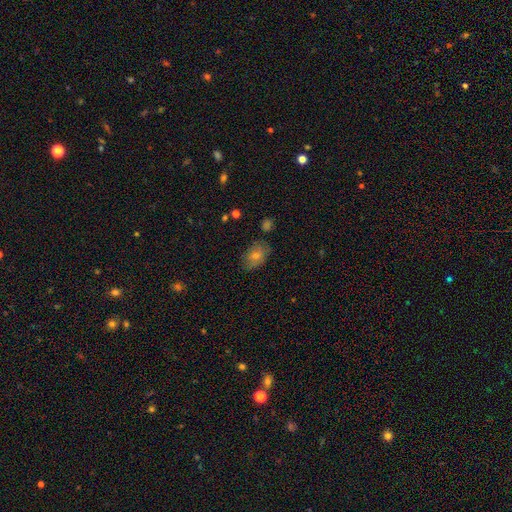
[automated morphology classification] Q: Smooth or featured?
A: smooth (59%); runner-up: featured or disk (25%)
Q: How rounded?
A: in between (80%); runner-up: round (18%)
Q: Merging?
A: none (79%); runner-up: minor disturbance (15%)